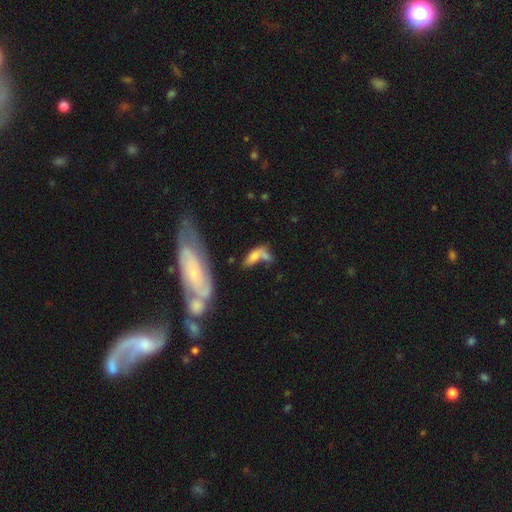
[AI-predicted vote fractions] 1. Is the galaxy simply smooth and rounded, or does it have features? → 60% smooth, 29% featured or disk, 11% star or artifact.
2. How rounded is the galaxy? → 73% in between, 22% cigar-shaped, 6% round.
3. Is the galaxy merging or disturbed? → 43% merger, 26% none, 16% major disturbance, 15% minor disturbance.